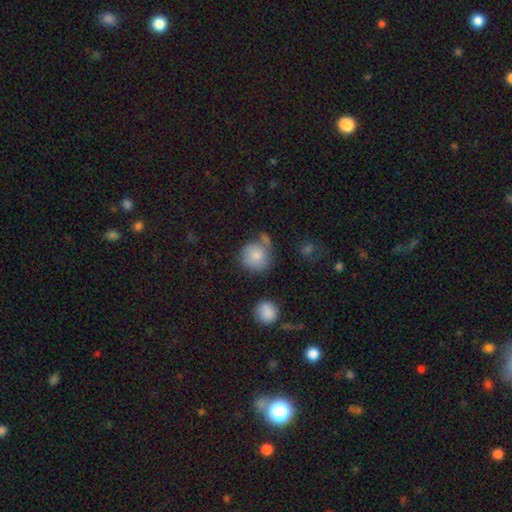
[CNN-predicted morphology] type=smooth (82%); roundness=round (89%); merging=none (57%).